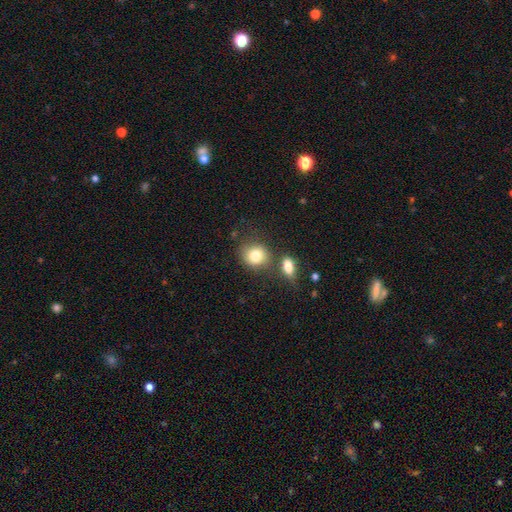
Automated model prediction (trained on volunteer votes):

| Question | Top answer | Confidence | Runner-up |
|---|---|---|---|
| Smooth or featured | smooth | 81% | star or artifact (9%) |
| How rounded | round | 73% | in between (26%) |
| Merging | none | 64% | merger (19%) |